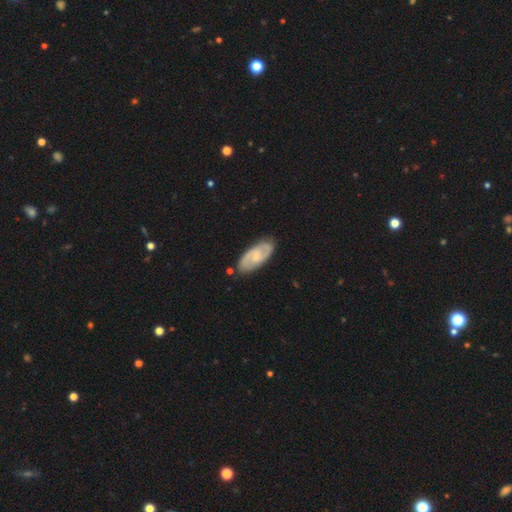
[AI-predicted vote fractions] smooth-or-featured: featured or disk: 72% | smooth: 23% | star or artifact: 5%
  disk-edge-on: no: 94% | yes: 6%
    bar: weak: 47% | no: 44% | strong: 10%
    has-spiral-arms: yes: 93% | no: 7%
      spiral-winding: medium: 49% | tight: 34% | loose: 17%
      spiral-arm-count: 2: 86% | can't tell: 8% | 3: 2% | 1: 2% | 4: 1% | more than 4: 1%
    bulge-size: small: 45% | none: 26% | moderate: 25% | large: 3% | dominant: 1%
  merging: none: 82% | minor disturbance: 13% | major disturbance: 3% | merger: 2%